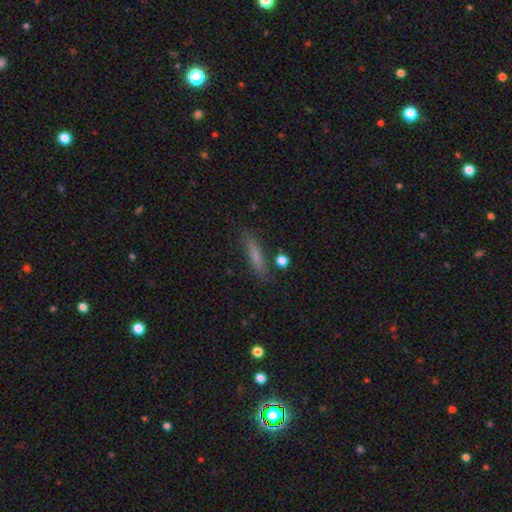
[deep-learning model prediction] This is likely a smooth galaxy (69%). How rounded: clearly cigar-shaped (84%). Merging: clearly none (83%).